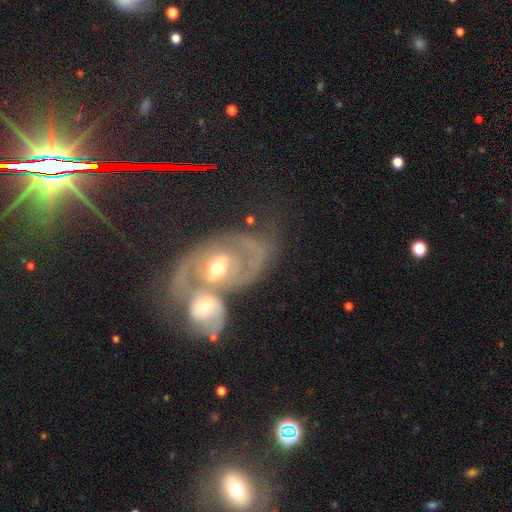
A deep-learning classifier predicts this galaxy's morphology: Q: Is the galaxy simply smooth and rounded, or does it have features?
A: featured or disk — 76%.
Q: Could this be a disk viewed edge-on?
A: no — 96%.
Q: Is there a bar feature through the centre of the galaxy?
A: no — 61%.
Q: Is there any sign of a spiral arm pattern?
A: yes — 82%.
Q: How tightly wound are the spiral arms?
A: medium — 42%.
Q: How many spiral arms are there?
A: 2 — 67%.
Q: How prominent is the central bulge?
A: moderate — 66%.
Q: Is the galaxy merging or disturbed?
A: merger — 75%.